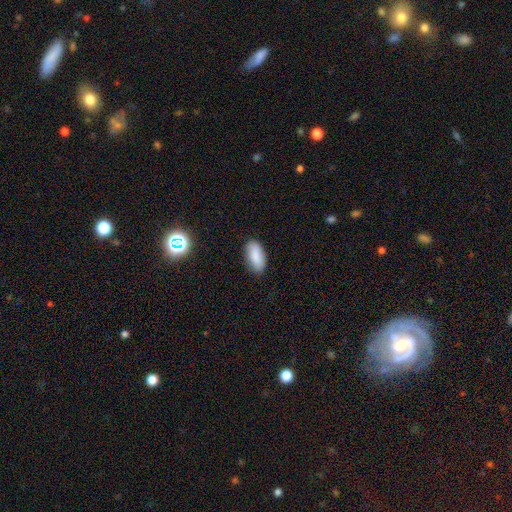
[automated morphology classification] smooth_or_featured: smooth (p=0.87) [alt: star or artifact p=0.07]
how_rounded: in between (p=0.91) [alt: cigar-shaped p=0.07]
merging: none (p=0.85) [alt: minor disturbance p=0.12]